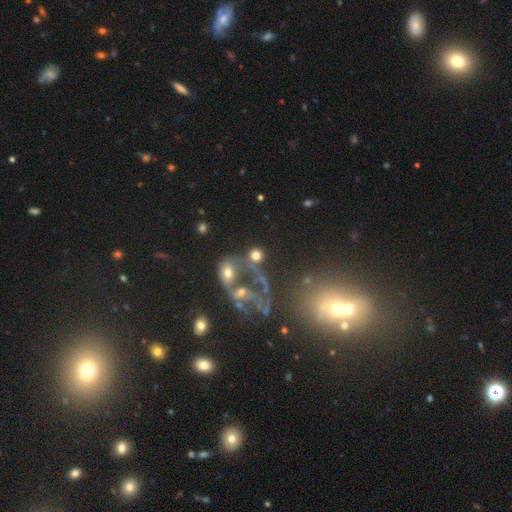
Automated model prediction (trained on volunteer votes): The model was most divided on "merging": none: 41%, merger: 34%, major disturbance: 14%, minor disturbance: 11%. More confident: how rounded — round (81%); smooth or featured — smooth (65%).